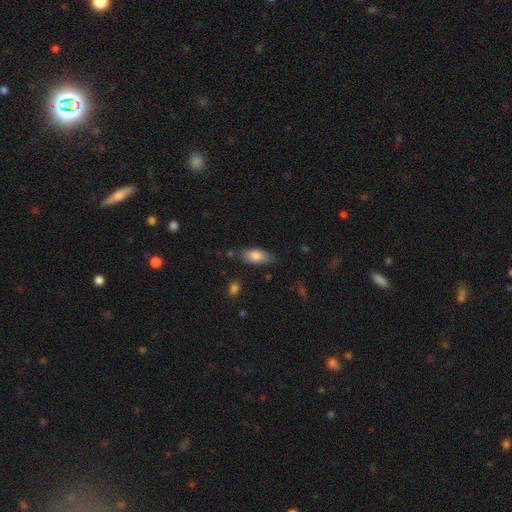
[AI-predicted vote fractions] Smooth or featured: smooth — 80% (featured or disk — 13%)
How rounded: in between — 84% (cigar-shaped — 13%)
Merging: none — 73% (minor disturbance — 20%)